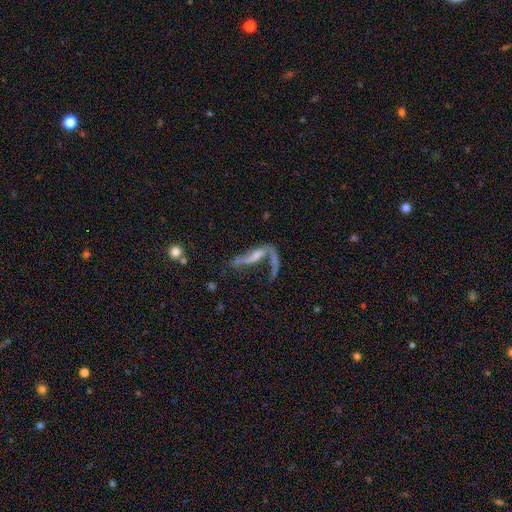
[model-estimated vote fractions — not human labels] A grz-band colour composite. It shows a featured or disk galaxy (70%). Merging: major disturbance (37%).